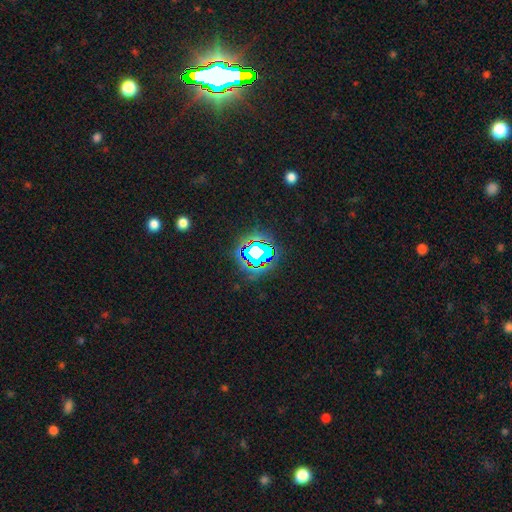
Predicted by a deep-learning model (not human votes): Q: Smooth or featured?
A: star or artifact (69%); runner-up: smooth (17%)